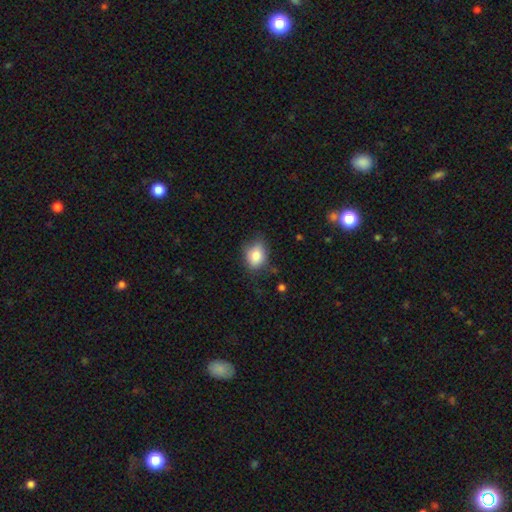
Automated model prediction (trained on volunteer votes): Smooth or featured? smooth (84%)
How rounded? in between (67%)
Merging? none (64%)